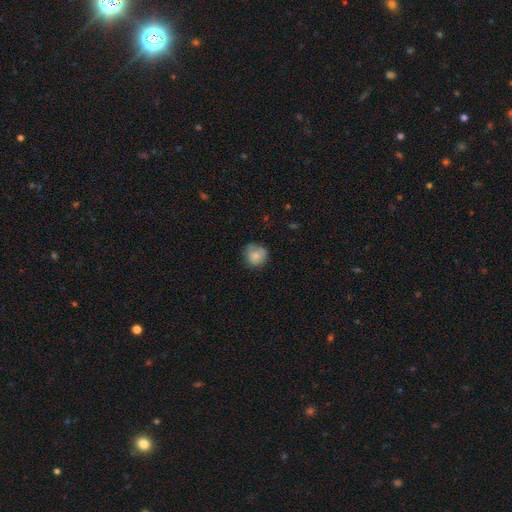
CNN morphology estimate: type=smooth (80%); roundness=round (86%); merging=none (65%).